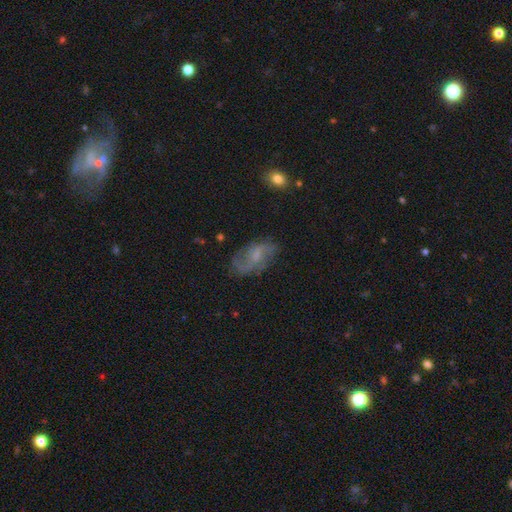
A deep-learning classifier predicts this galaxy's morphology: type=featured or disk (63%); edge-on=no (95%); bar=no (50%); spiral arms=yes (84%); winding=loose (43%); arm count=2 (61%); bulge=small (38%); merging=none (63%).